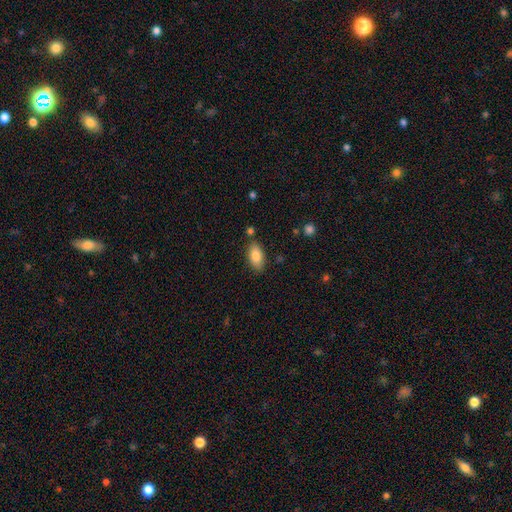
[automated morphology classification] Smooth or featured? Predicted: smooth (p=0.84). How rounded? Predicted: in between (p=0.92). Merging? Predicted: none (p=0.81).